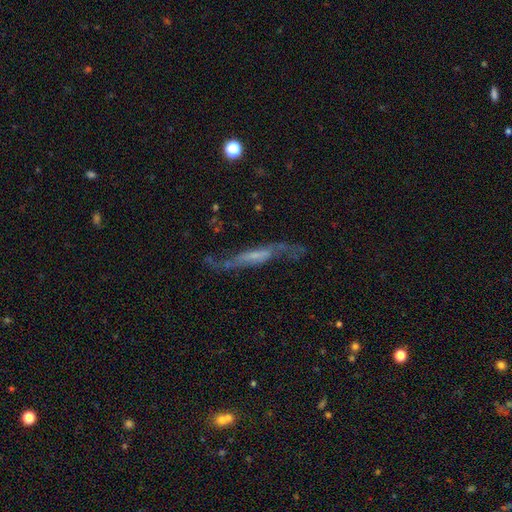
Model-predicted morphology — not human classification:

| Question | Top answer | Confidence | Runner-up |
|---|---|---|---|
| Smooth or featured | featured or disk | 70% | smooth (22%) |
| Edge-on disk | no | 55% | yes (45%) |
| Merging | none | 51% | minor disturbance (22%) |